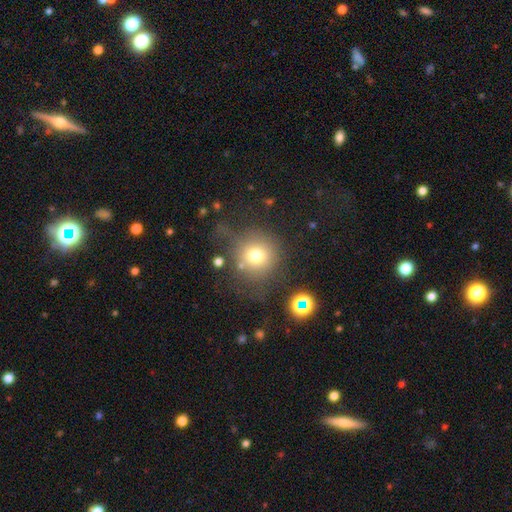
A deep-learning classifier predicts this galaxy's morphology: Smooth or featured? Predicted: smooth (p=0.70). How rounded? Predicted: round (p=0.91). Merging? Predicted: none (p=0.59).